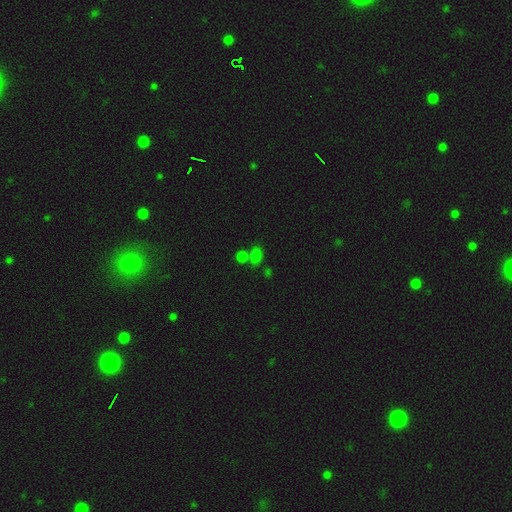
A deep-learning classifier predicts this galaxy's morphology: Smooth or featured? Predicted: smooth (p=0.70). How rounded? Predicted: in between (p=0.61). Merging? Predicted: none (p=0.54).